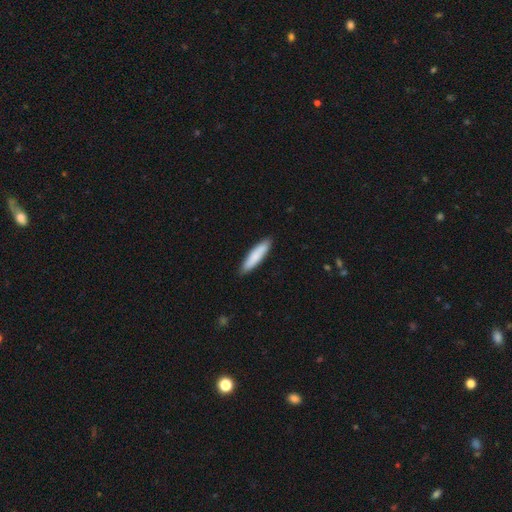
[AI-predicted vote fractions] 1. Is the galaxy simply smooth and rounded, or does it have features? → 83% smooth, 12% featured or disk, 5% star or artifact.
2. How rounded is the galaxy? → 78% cigar-shaped, 21% in between, 1% round.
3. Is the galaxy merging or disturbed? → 87% none, 10% minor disturbance, 2% major disturbance, 1% merger.